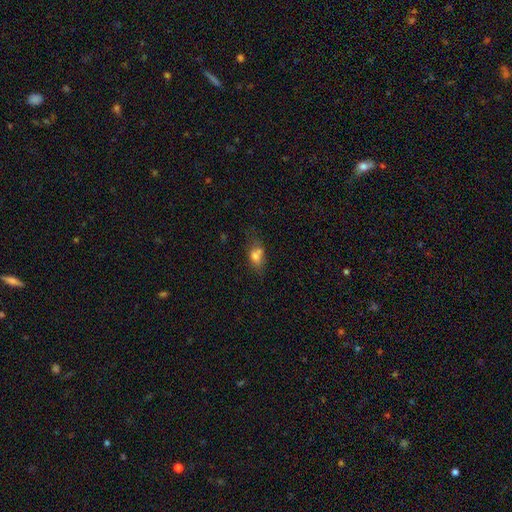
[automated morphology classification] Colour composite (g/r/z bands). It shows a smooth galaxy with no disk features (66%) that is in between round and cigar-shaped (72%). Merging: none (41%).